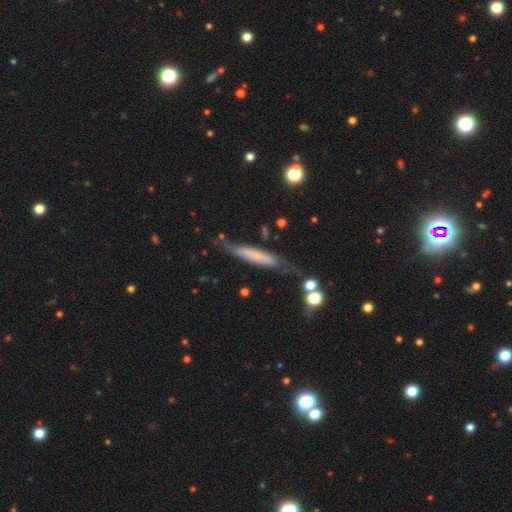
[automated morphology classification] smooth_or_featured: smooth (p=0.52) [alt: featured or disk p=0.40]
how_rounded: cigar-shaped (p=0.89) [alt: in between p=0.09]
merging: none (p=0.60) [alt: minor disturbance p=0.25]